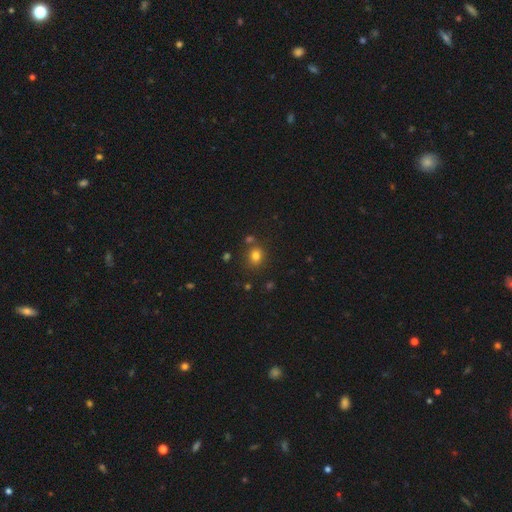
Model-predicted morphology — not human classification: smooth_or_featured: smooth (p=0.78) [alt: star or artifact p=0.15]
how_rounded: round (p=0.66) [alt: in between p=0.34]
merging: none (p=0.75) [alt: minor disturbance p=0.11]